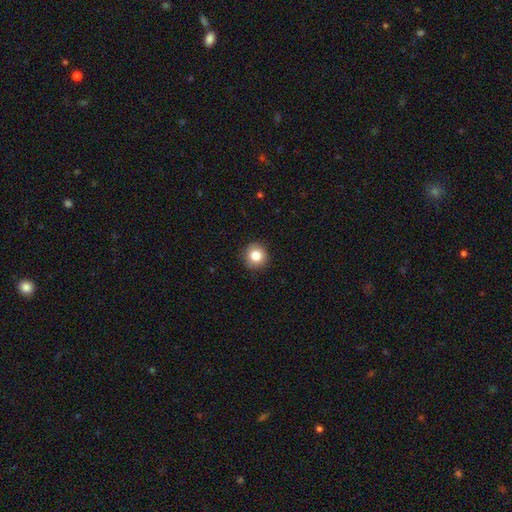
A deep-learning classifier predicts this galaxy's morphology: A smooth galaxy with no disk features (83%) that is round (93%).

Vote fractions:
- Smooth or featured? smooth: 83% / star or artifact: 10% / featured or disk: 6%
- How rounded? round: 93% / in between: 6% / cigar-shaped: 1%
- Merging? none: 91% / minor disturbance: 6% / major disturbance: 2% / merger: 1%